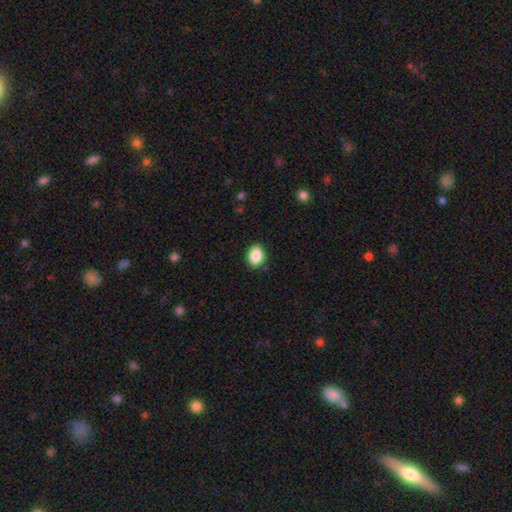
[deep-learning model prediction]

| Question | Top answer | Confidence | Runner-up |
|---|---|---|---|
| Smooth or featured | smooth | 87% | star or artifact (8%) |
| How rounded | in between | 69% | round (30%) |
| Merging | none | 88% | minor disturbance (9%) |